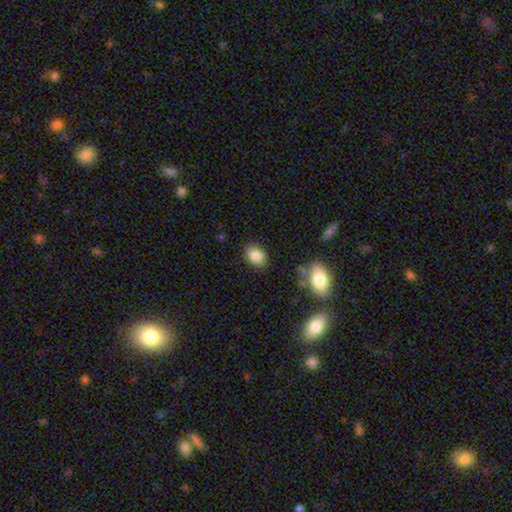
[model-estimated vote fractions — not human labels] Morphology: type=smooth (85%); roundness=in between (73%); merging=none (84%).